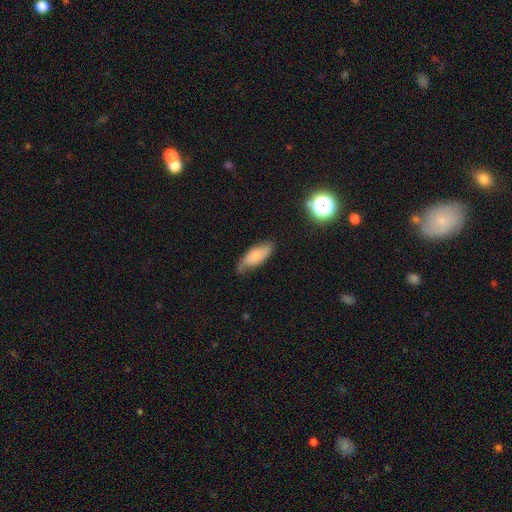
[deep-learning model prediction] Smooth or featured: smooth — 65% (featured or disk — 28%)
How rounded: in between — 76% (cigar-shaped — 21%)
Merging: none — 57% (minor disturbance — 33%)